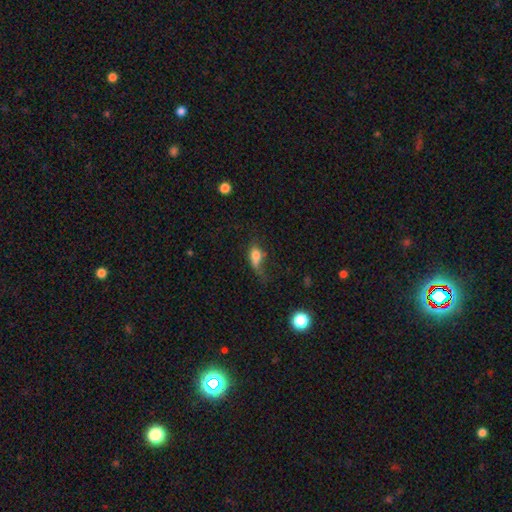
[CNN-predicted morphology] A smooth galaxy with no disk features (69%) that is in between round and cigar-shaped (75%). Merging: major disturbance (42%).